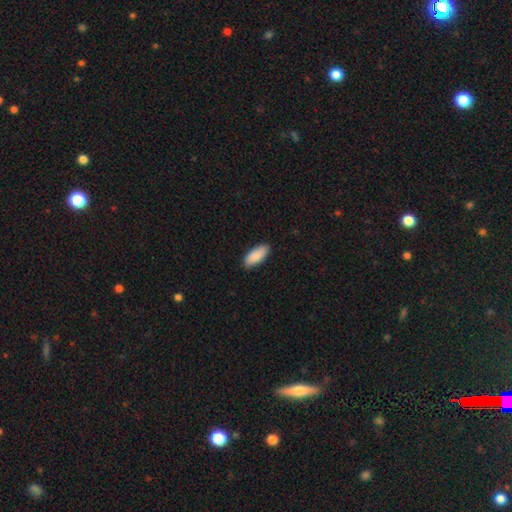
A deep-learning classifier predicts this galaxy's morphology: A smooth galaxy with no disk features (90%) that is in between round and cigar-shaped (85%). Merging: none (88%).